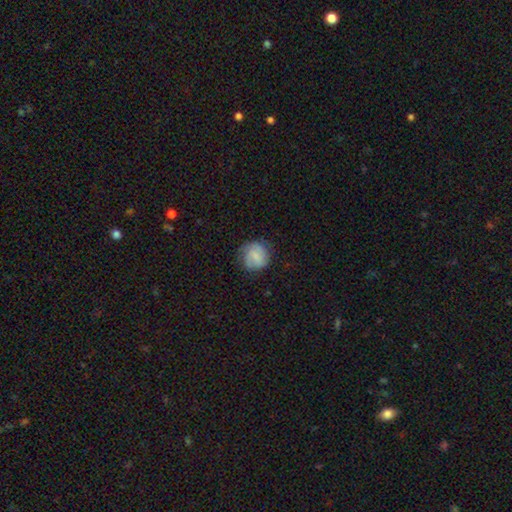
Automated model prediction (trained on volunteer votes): Smooth or featured? smooth (62%)
How rounded? round (84%)
Merging? none (64%)